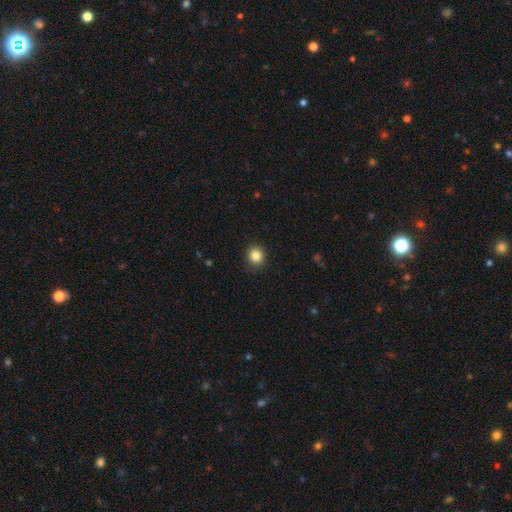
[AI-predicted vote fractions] smooth 85%, star or artifact 11%, featured or disk 5%. Down the decision tree: how rounded — round (88%); merging — none (90%).